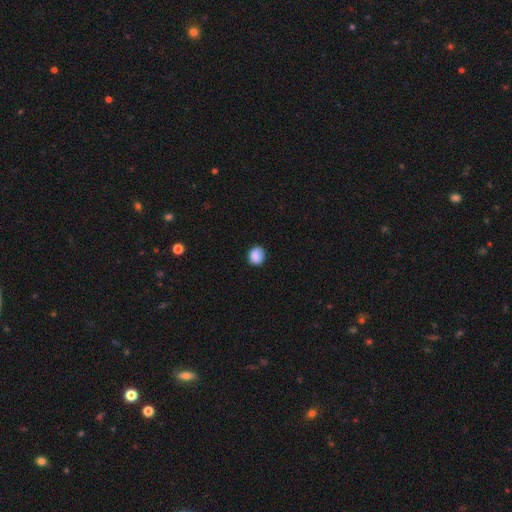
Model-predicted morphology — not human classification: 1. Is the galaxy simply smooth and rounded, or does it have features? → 88% smooth, 8% star or artifact, 4% featured or disk.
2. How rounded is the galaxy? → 73% round, 26% in between, 1% cigar-shaped.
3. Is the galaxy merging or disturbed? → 83% none, 13% minor disturbance, 3% major disturbance, 1% merger.